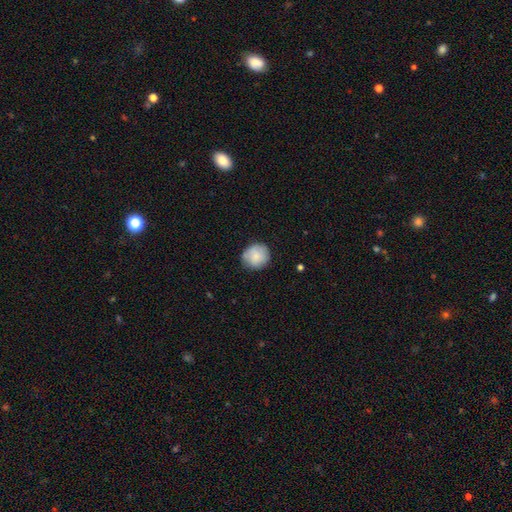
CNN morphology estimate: Smooth or featured?
  - smooth: 83% *
  - featured or disk: 10%
  - star or artifact: 7%
How rounded?
  - round: 89% *
  - in between: 10%
  - cigar-shaped: 1%
Merging?
  - none: 80% *
  - minor disturbance: 15%
  - major disturbance: 3%
  - merger: 1%